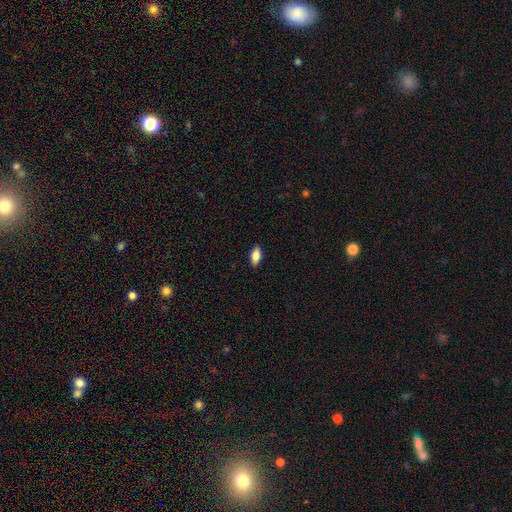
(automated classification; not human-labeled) Smooth or featured? Predicted: smooth (p=0.80). How rounded? Predicted: in between (p=0.84). Merging? Predicted: none (p=0.89).